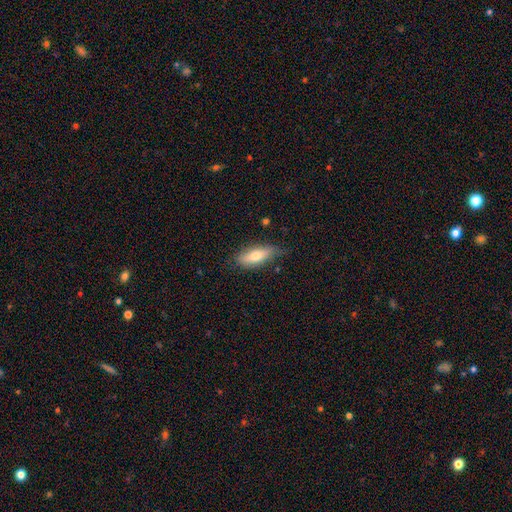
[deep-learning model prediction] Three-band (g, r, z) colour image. It shows a smooth galaxy with no disk features (68%) that is in between round and cigar-shaped (66%). Merging: none (67%).